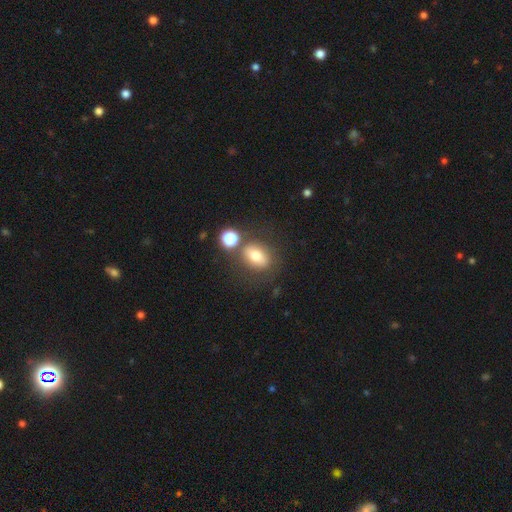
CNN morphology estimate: smooth 71%, featured or disk 18%, star or artifact 12%. Down the decision tree: how rounded — in between (70%); merging — none (64%).